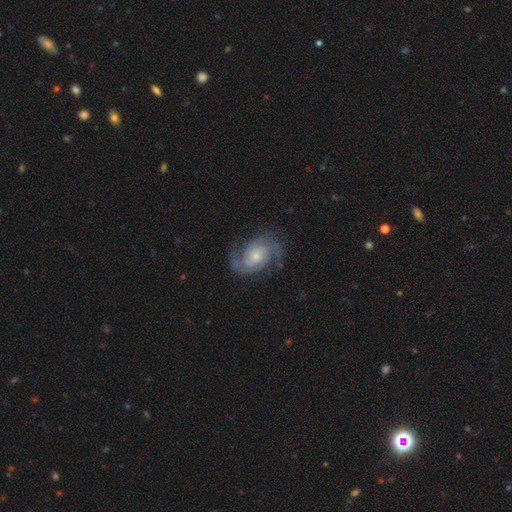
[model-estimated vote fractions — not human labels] The model was most divided on "bulge size": moderate: 49%, small: 40%, large: 7%, none: 4%, dominant: 1%. Remaining: edge-on disk — no (98%); spiral arms — yes (97%); smooth or featured — featured or disk (88%); merging — none (75%); spiral arm count — 2 (71%); bar — no (69%); spiral winding — medium (48%).